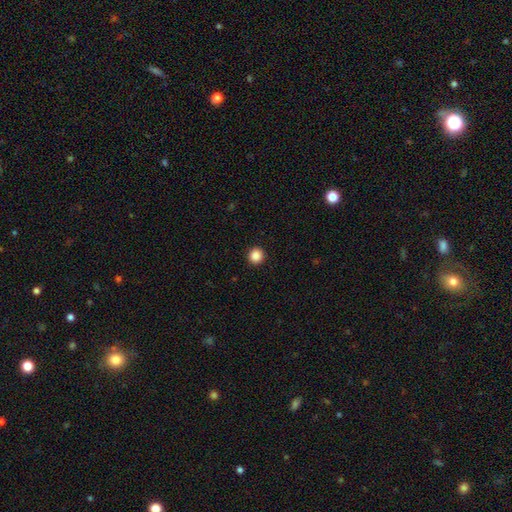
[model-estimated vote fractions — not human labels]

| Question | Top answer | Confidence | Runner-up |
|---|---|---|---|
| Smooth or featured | smooth | 88% | star or artifact (10%) |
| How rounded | round | 95% | in between (4%) |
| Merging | none | 94% | minor disturbance (4%) |